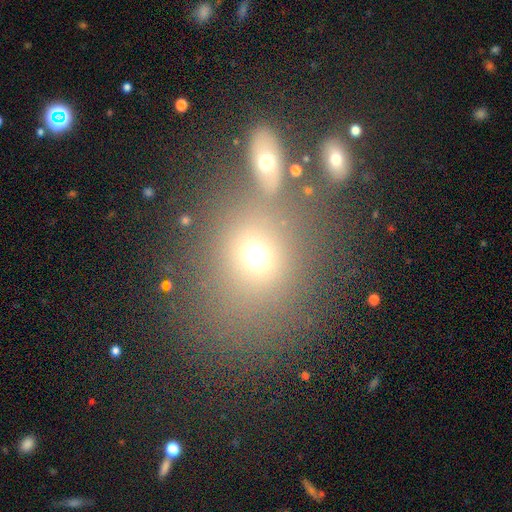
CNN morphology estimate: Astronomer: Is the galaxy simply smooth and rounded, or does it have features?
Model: smooth — 68%.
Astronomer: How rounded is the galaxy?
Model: round — 61% (runner-up: in between, 37%).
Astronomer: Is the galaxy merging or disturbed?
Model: none — 47% (runner-up: merger, 35%).